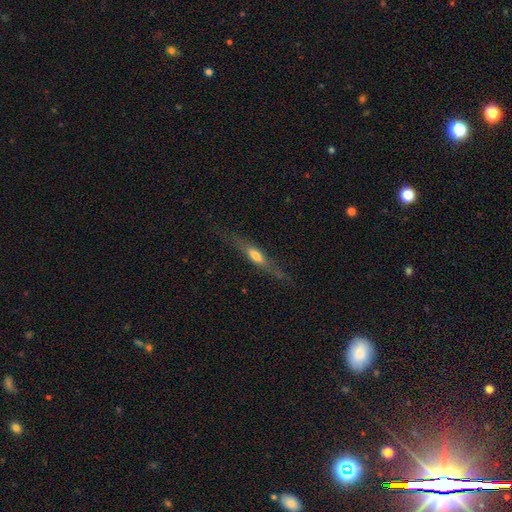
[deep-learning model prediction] This appears to be a featured or disk galaxy (59%) viewed edge-on (90%) with a rounded central bulge (65%). Merging: none (78%).